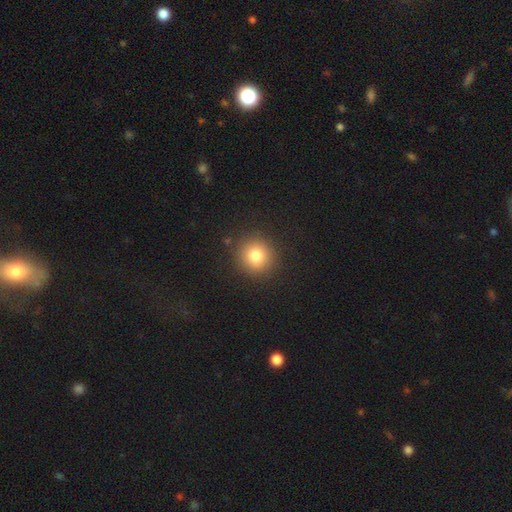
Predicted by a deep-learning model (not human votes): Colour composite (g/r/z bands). It shows a smooth galaxy with no disk features (80%) that is round (92%). Merging: none (90%).